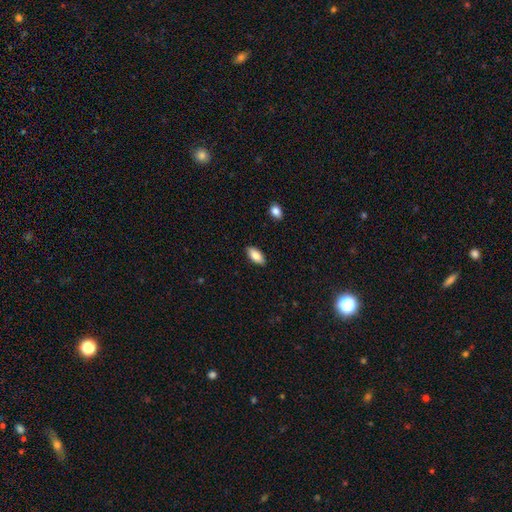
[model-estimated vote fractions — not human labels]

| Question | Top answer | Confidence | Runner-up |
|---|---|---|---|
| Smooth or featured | smooth | 85% | featured or disk (9%) |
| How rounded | in between | 90% | cigar-shaped (8%) |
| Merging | none | 88% | minor disturbance (9%) |